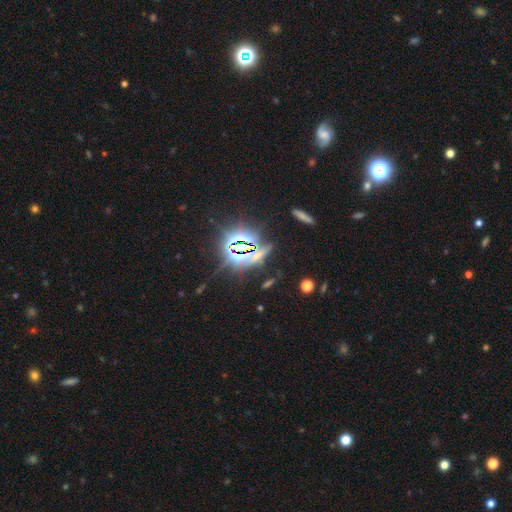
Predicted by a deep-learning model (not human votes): This is likely a star or artifact rather than a galaxy (75%).